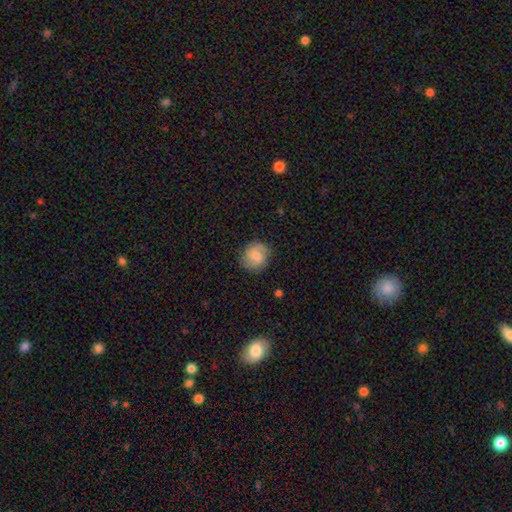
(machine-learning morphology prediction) Overall: smooth (54%; featured or disk 38%). How rounded: round (83%). Merging: none (79%).